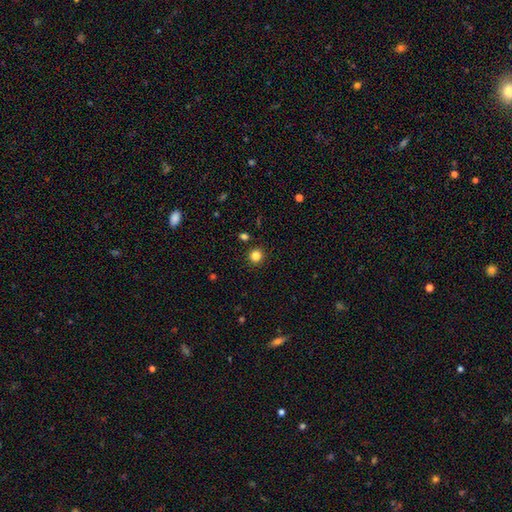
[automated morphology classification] Smooth or featured: smooth — 83% (star or artifact — 13%)
How rounded: round — 92% (in between — 7%)
Merging: none — 91% (minor disturbance — 5%)